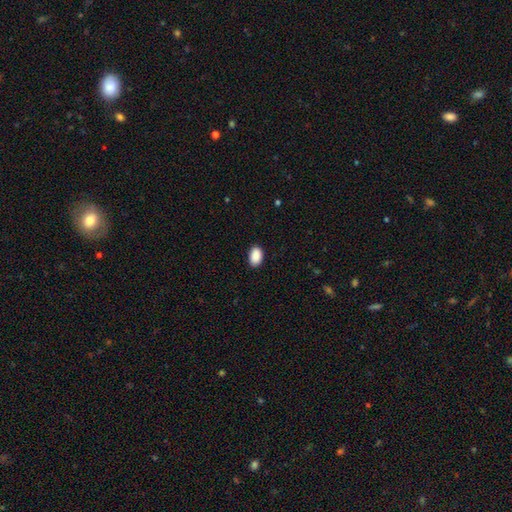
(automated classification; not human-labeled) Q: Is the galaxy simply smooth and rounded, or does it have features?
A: smooth — 91%.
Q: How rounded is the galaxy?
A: in between — 91%.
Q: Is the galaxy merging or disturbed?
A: none — 89%.